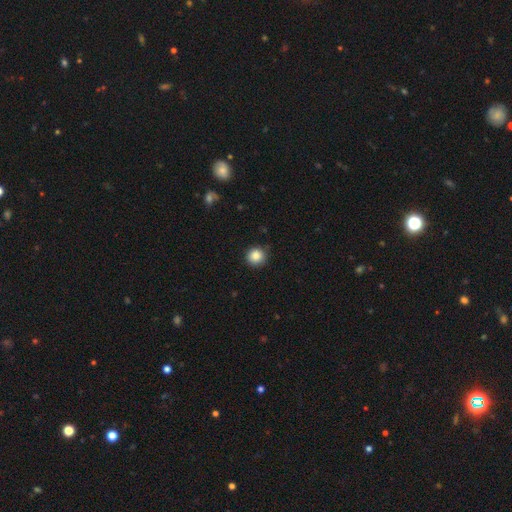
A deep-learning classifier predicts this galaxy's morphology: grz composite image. It shows a smooth galaxy with no disk features (86%) that is round (94%). Merging: none (89%).